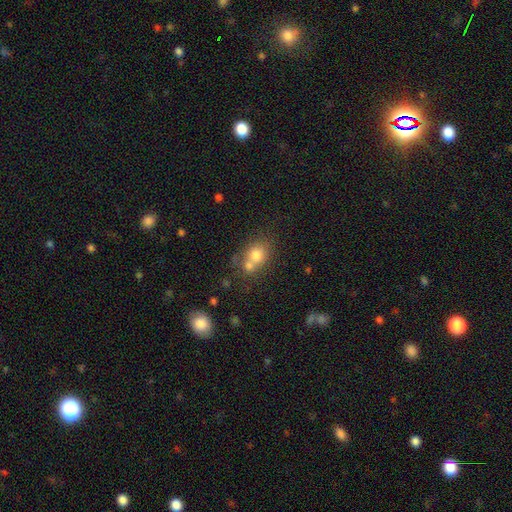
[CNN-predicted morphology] A smooth galaxy with no disk features (74%) that is round (66%).

Vote fractions:
- Smooth or featured? smooth: 74% / featured or disk: 14% / star or artifact: 12%
- How rounded? round: 66% / in between: 33% / cigar-shaped: 1%
- Merging? merger: 43% / none: 42% / minor disturbance: 11% / major disturbance: 5%